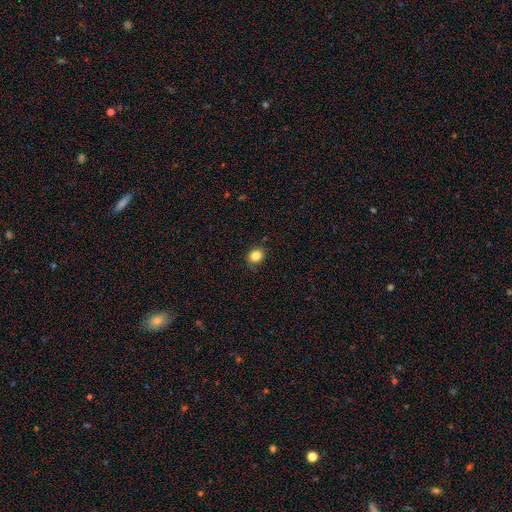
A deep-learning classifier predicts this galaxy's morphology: smooth 84%, star or artifact 11%, featured or disk 6%. Down the decision tree: how rounded — round (62%); merging — none (81%).